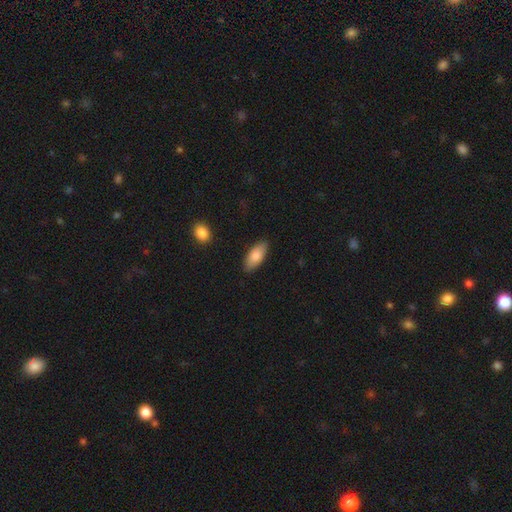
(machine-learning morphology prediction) smooth-or-featured: smooth: 83% | featured or disk: 12% | star or artifact: 6%
  how-rounded: in between: 85% | cigar-shaped: 13% | round: 2%
  merging: none: 87% | minor disturbance: 10% | major disturbance: 2% | merger: 1%